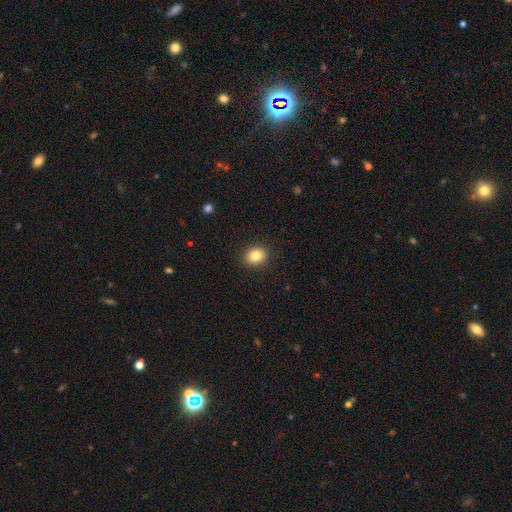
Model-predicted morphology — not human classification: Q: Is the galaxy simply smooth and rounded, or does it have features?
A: smooth — 83%.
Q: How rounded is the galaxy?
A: round — 65%.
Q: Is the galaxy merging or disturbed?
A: none — 90%.